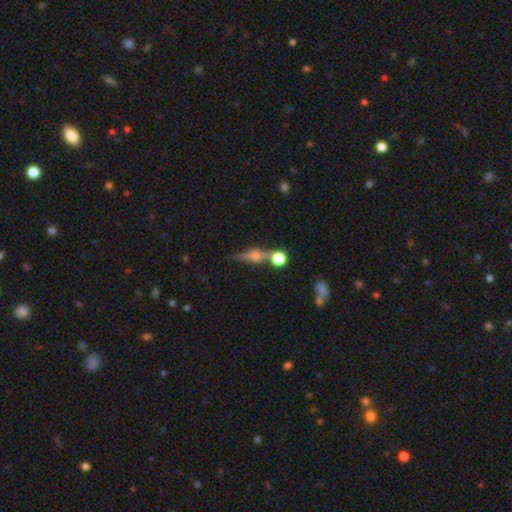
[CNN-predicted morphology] featured or disk 67%, smooth 21%, star or artifact 12%. Down the decision tree: edge-on disk — yes (93%); edge-on bulge — rounded (87%); merging — none (71%).